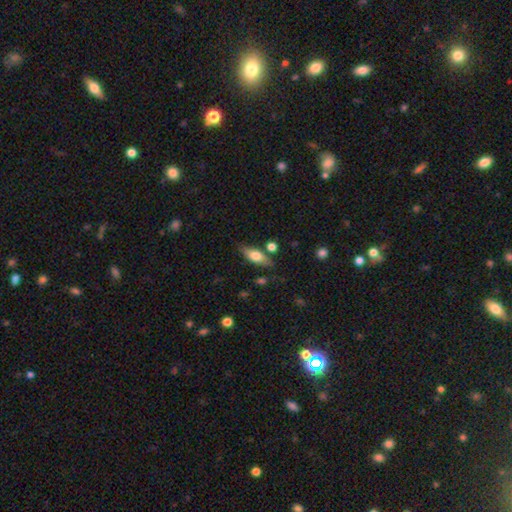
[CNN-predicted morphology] The model was most divided on "smooth or featured": smooth: 66%, featured or disk: 28%, star or artifact: 7%. More confident: merging — none (76%); how rounded — in between (68%).